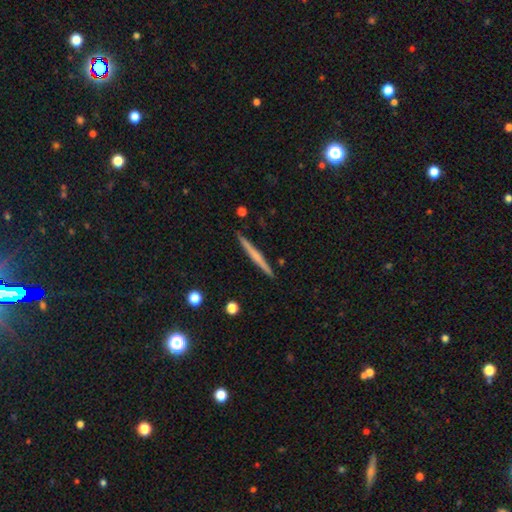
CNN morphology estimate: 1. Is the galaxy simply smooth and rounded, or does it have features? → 48% featured or disk, 45% smooth, 6% star or artifact.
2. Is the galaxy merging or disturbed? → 92% none, 6% minor disturbance, 1% merger, 1% major disturbance.